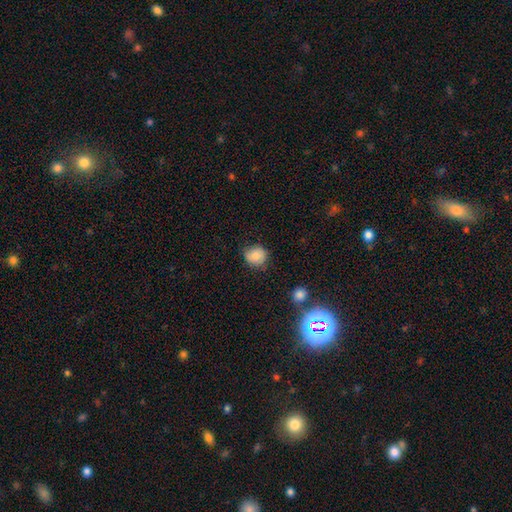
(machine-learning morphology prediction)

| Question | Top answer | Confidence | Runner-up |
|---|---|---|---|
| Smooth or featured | smooth | 81% | star or artifact (10%) |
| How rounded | round | 83% | in between (16%) |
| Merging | none | 75% | minor disturbance (19%) |